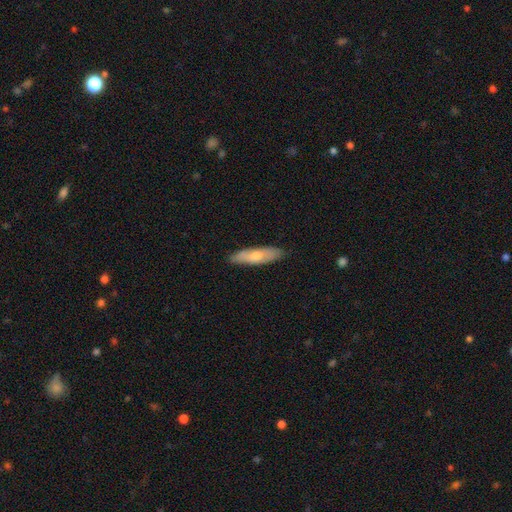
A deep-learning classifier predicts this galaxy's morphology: smooth-or-featured: smooth: 61% | featured or disk: 33% | star or artifact: 6%
  how-rounded: cigar-shaped: 69% | in between: 29% | round: 2%
  merging: none: 87% | minor disturbance: 11% | major disturbance: 2% | merger: 1%